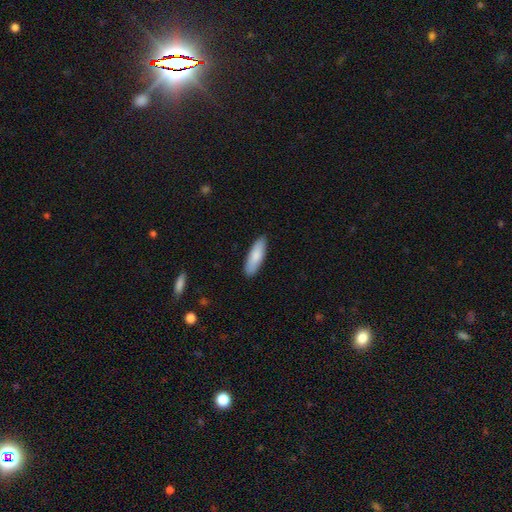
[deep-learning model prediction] Smooth or featured?
  - smooth: 84% *
  - featured or disk: 11%
  - star or artifact: 5%
How rounded?
  - cigar-shaped: 51% *
  - in between: 47%
  - round: 2%
Merging?
  - none: 88% *
  - minor disturbance: 9%
  - major disturbance: 2%
  - merger: 1%